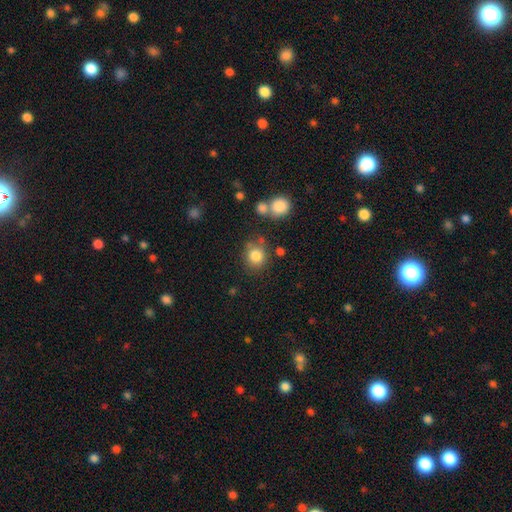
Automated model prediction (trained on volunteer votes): Smooth or featured?
  - smooth: 83% *
  - star or artifact: 10%
  - featured or disk: 7%
How rounded?
  - round: 84% *
  - in between: 15%
  - cigar-shaped: 1%
Merging?
  - none: 75% *
  - minor disturbance: 12%
  - merger: 9%
  - major disturbance: 5%